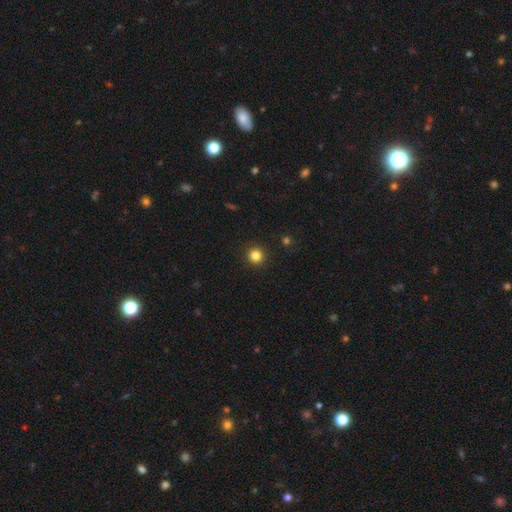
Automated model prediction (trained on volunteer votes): smooth-or-featured: smooth: 83% | star or artifact: 13% | featured or disk: 4%
  how-rounded: round: 95% | in between: 4% | cigar-shaped: 1%
  merging: none: 93% | minor disturbance: 4% | major disturbance: 2% | merger: 1%